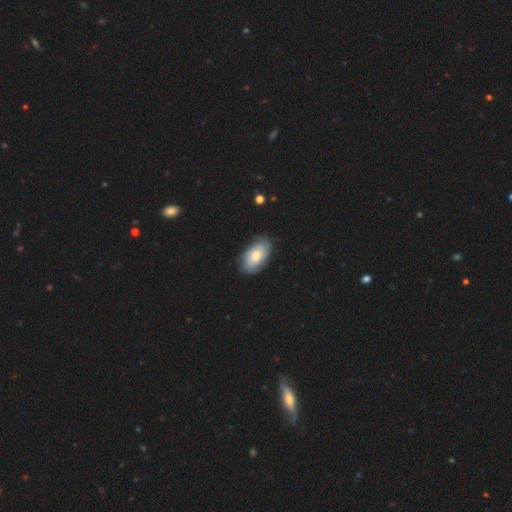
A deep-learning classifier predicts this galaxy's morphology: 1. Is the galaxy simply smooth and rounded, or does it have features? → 52% featured or disk, 42% smooth, 6% star or artifact.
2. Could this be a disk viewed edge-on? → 94% no, 6% yes.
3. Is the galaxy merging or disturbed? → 78% none, 17% minor disturbance, 4% major disturbance, 1% merger.